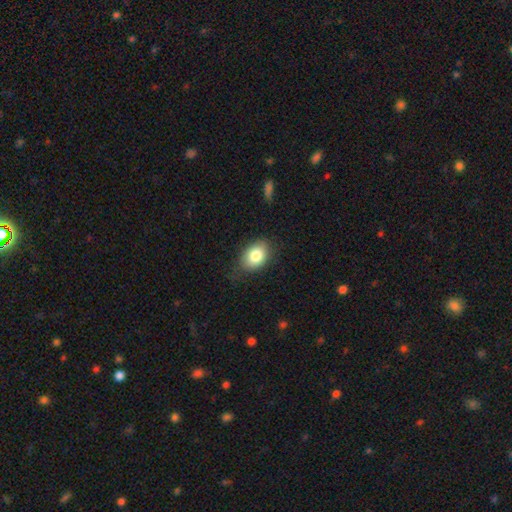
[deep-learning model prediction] Smooth or featured? smooth (82%)
How rounded? in between (78%)
Merging? none (74%)